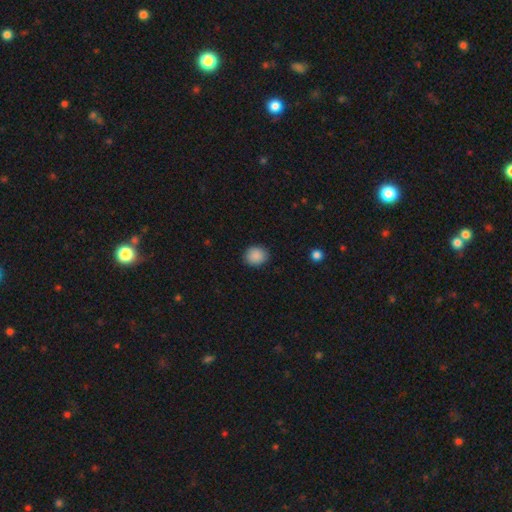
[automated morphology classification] A smooth galaxy with no disk features (89%) that is round (64%). Merging: none (87%).